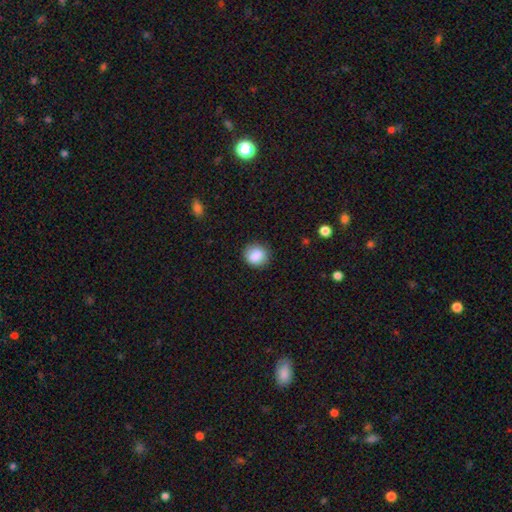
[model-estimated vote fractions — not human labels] This is clearly a smooth galaxy (85%). How rounded: likely round (74%). Merging: clearly none (83%).